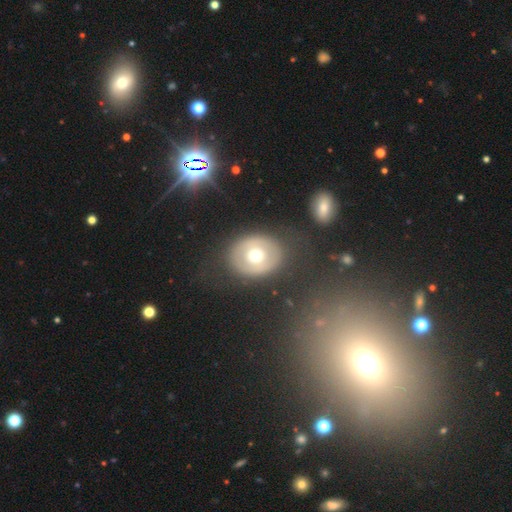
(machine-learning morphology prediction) This is possibly a smooth galaxy (48%). Merging: clearly none (80%).